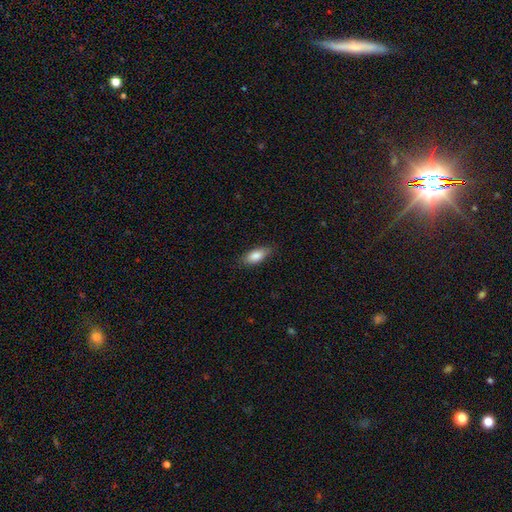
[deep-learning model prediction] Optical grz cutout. It shows a smooth galaxy with no disk features (84%) that is in between round and cigar-shaped (82%). Merging: none (81%).